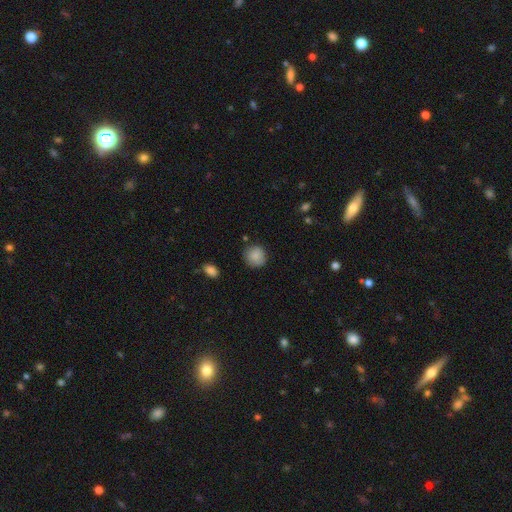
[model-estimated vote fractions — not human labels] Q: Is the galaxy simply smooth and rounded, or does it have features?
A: smooth — 87%.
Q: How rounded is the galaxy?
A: round — 91%.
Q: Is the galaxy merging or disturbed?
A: none — 84%.